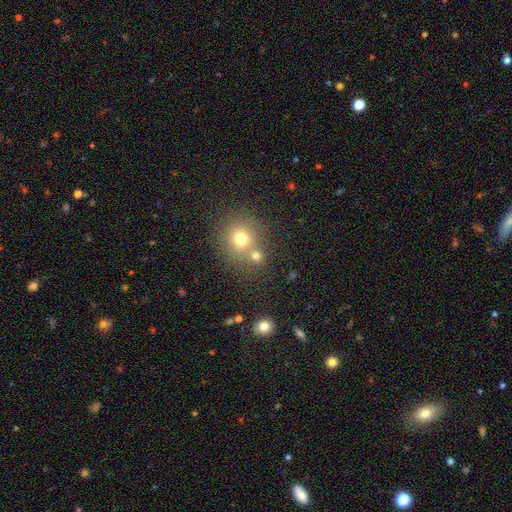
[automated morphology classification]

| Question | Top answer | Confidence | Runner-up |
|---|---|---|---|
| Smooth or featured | smooth | 72% | star or artifact (17%) |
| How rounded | round | 83% | in between (16%) |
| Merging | none | 54% | merger (34%) |